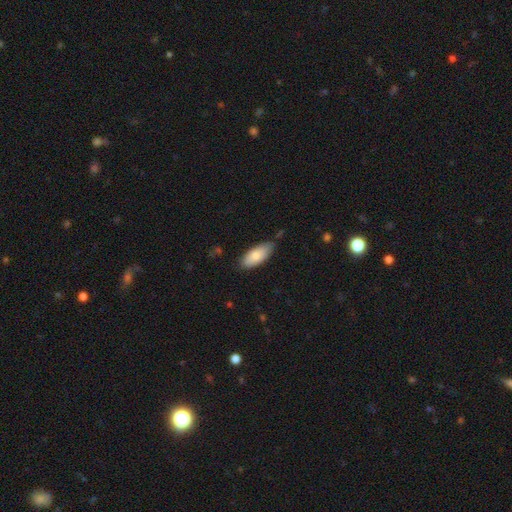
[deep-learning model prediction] smooth 80%, featured or disk 14%, star or artifact 6%. Down the decision tree: how rounded — in between (86%); merging — none (73%).